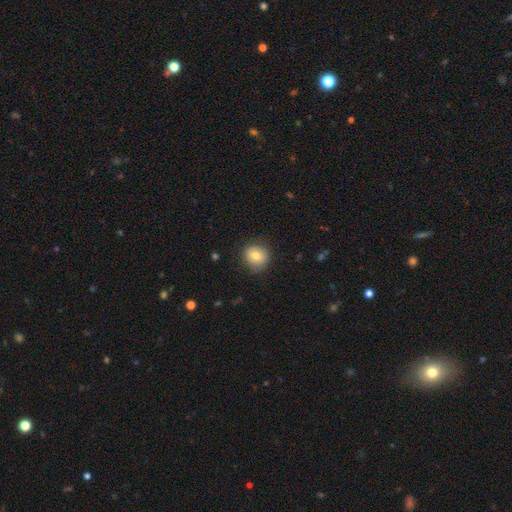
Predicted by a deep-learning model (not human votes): smooth-or-featured: smooth: 78% | featured or disk: 13% | star or artifact: 10%
  how-rounded: round: 83% | in between: 16% | cigar-shaped: 1%
  merging: none: 85% | minor disturbance: 11% | major disturbance: 3% | merger: 1%